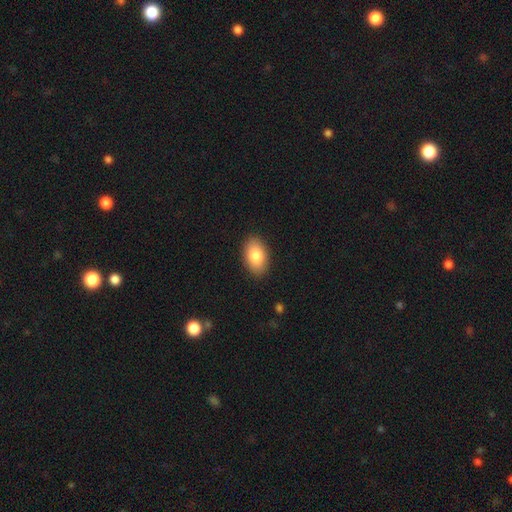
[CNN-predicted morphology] smooth-or-featured: smooth: 83% | featured or disk: 10% | star or artifact: 7%
  how-rounded: in between: 91% | round: 7% | cigar-shaped: 1%
  merging: none: 89% | minor disturbance: 8% | major disturbance: 2% | merger: 1%